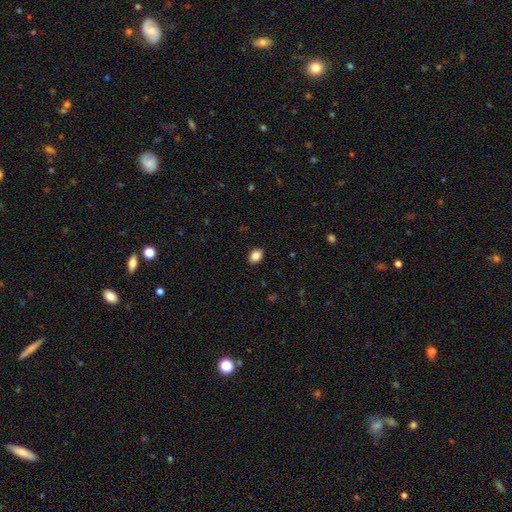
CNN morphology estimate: Smooth or featured: smooth — 87% (star or artifact — 9%)
How rounded: in between — 74% (round — 25%)
Merging: none — 89% (minor disturbance — 8%)